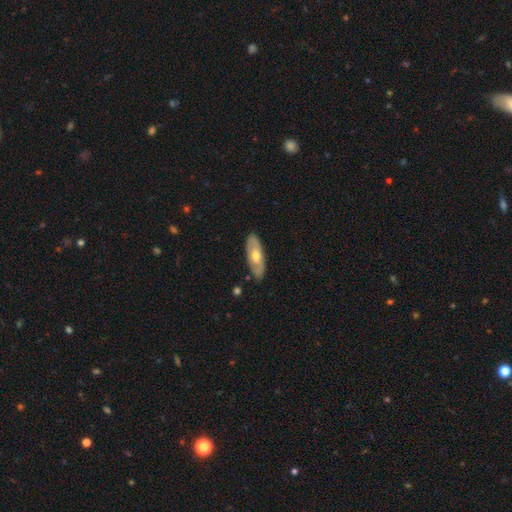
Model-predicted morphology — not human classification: This is possibly a featured or disk galaxy (51%). It is likely not viewed edge-on (73%). Merging: clearly none (84%).